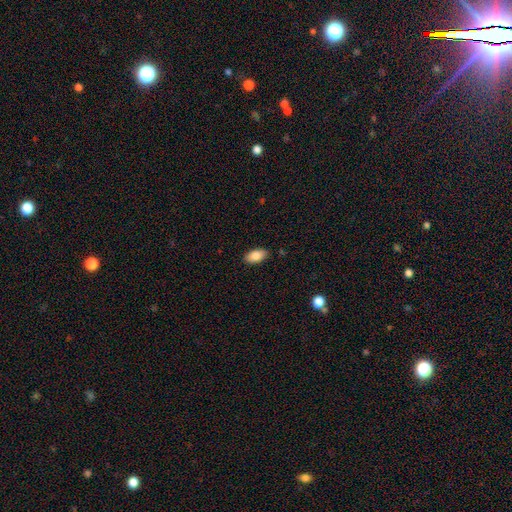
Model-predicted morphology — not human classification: Smooth or featured? Predicted: smooth (p=0.85). How rounded? Predicted: in between (p=0.93). Merging? Predicted: none (p=0.87).